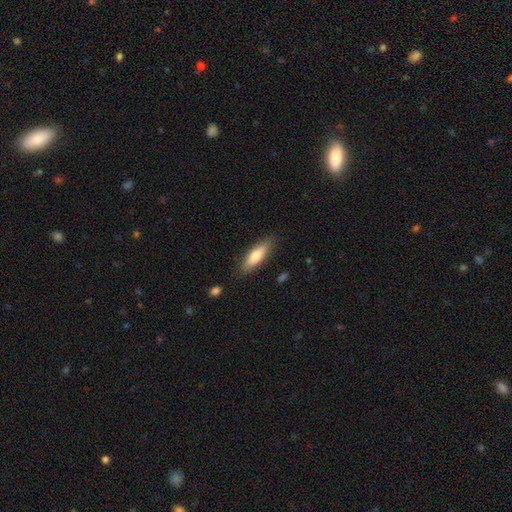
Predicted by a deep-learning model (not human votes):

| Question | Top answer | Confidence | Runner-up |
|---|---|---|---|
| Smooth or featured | smooth | 71% | featured or disk (23%) |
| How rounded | cigar-shaped | 50% | in between (48%) |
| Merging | none | 84% | minor disturbance (12%) |